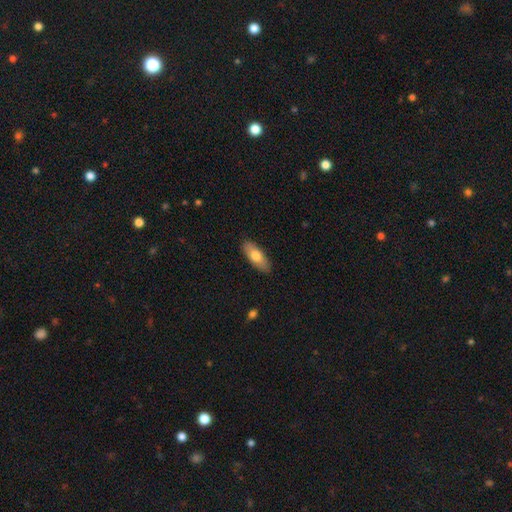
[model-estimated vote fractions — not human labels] This is likely a smooth galaxy (73%). How rounded: likely in between (75%). Merging: clearly none (88%).